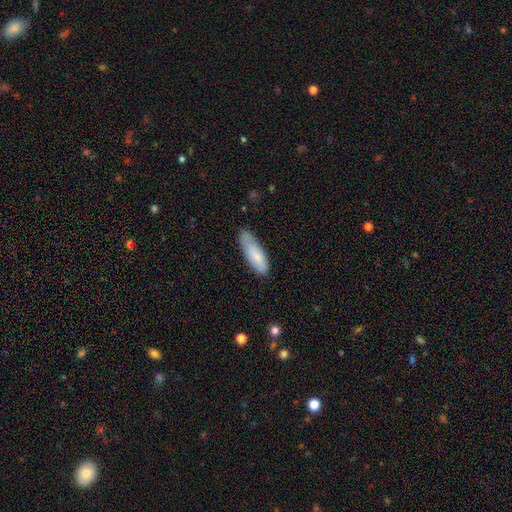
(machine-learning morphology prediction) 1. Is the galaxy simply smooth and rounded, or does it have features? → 81% smooth, 13% featured or disk, 6% star or artifact.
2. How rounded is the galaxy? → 53% in between, 45% cigar-shaped, 2% round.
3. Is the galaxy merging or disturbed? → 64% none, 28% minor disturbance, 6% major disturbance, 2% merger.